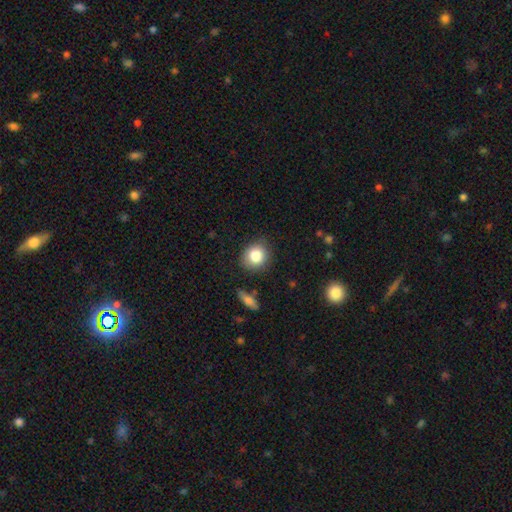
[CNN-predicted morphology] smooth-or-featured: smooth: 82% | star or artifact: 10% | featured or disk: 8%
  how-rounded: round: 76% | in between: 22% | cigar-shaped: 1%
  merging: none: 84% | minor disturbance: 11% | major disturbance: 3% | merger: 2%